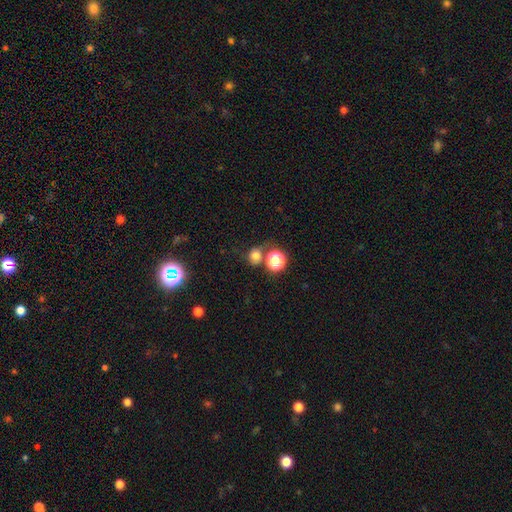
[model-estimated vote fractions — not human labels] smooth_or_featured: smooth (p=0.74) [alt: star or artifact p=0.19]
how_rounded: round (p=0.82) [alt: in between p=0.17]
merging: none (p=0.62) [alt: merger p=0.20]